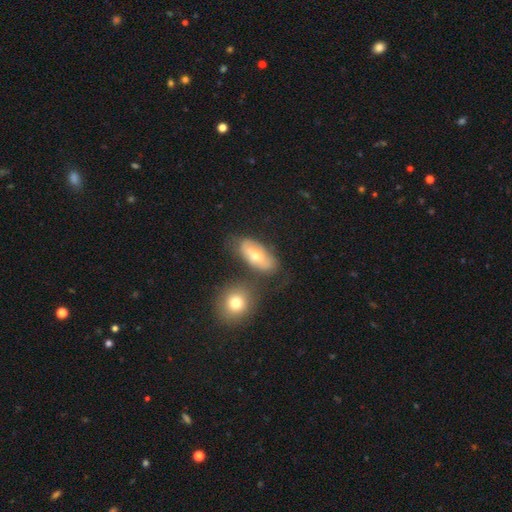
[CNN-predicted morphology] Smooth or featured? smooth (47%)
Merging? none (59%)